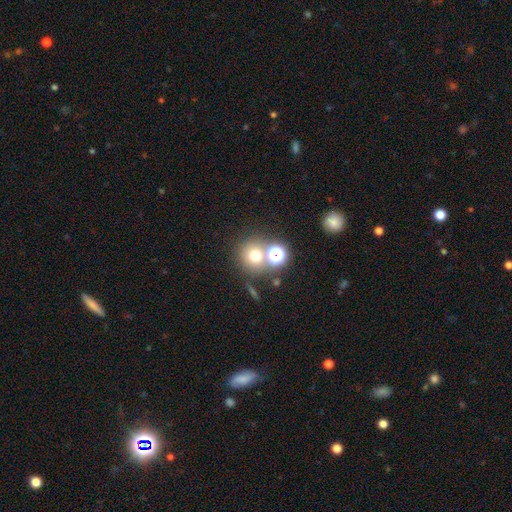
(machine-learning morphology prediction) Overall: smooth (67%). How rounded: round (88%). Merging: none (63%; merger 24%).